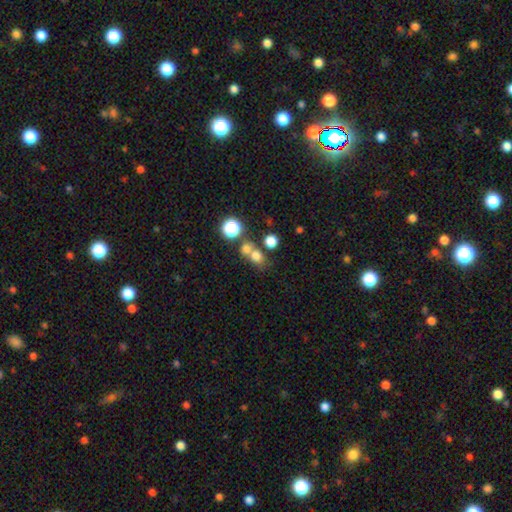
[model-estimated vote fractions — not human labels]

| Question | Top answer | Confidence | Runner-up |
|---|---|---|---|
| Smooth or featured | smooth | 70% | star or artifact (19%) |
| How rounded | round | 73% | in between (25%) |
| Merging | none | 47% | merger (40%) |